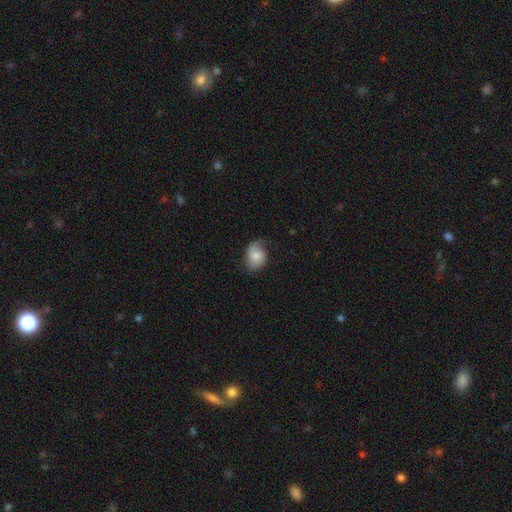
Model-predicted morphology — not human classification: A smooth galaxy with no disk features (63%) that is in between round and cigar-shaped (60%). Merging: none (59%).